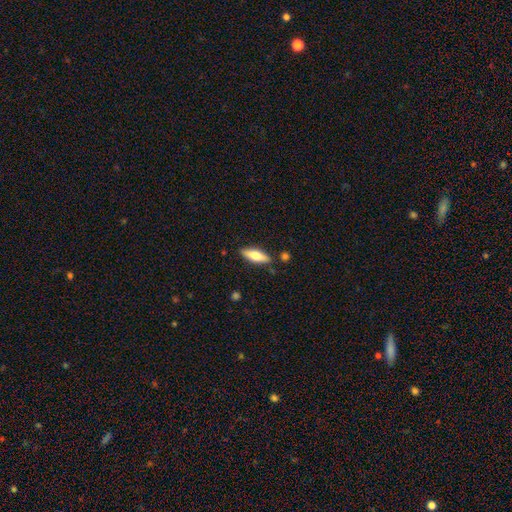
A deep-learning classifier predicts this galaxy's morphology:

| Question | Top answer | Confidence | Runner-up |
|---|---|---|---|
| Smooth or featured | smooth | 66% | featured or disk (28%) |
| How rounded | in between | 56% | cigar-shaped (42%) |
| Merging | none | 84% | minor disturbance (11%) |